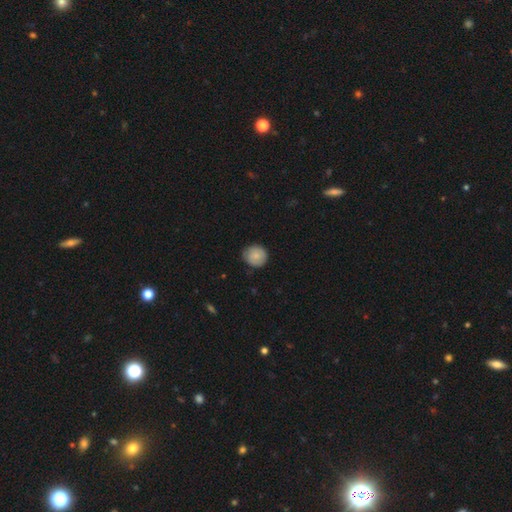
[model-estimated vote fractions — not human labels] Smooth or featured? smooth (82%)
How rounded? round (89%)
Merging? none (77%)